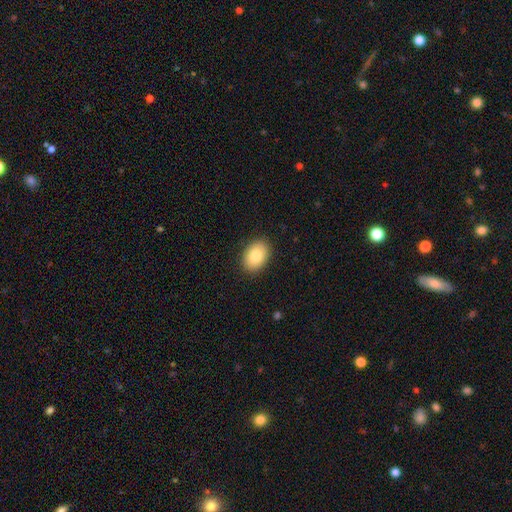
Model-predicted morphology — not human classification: This is clearly a smooth galaxy (84%). How rounded: likely in between (78%). Merging: clearly none (89%).